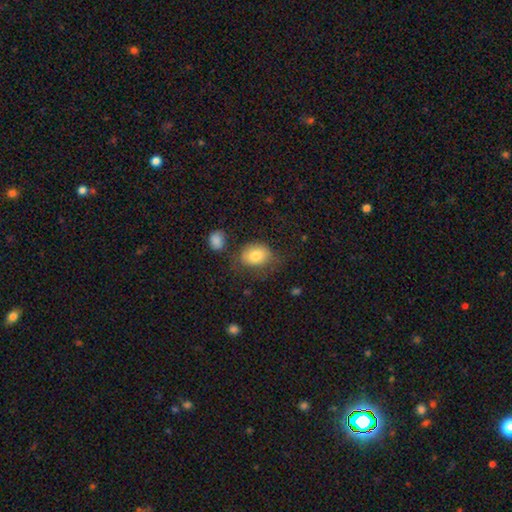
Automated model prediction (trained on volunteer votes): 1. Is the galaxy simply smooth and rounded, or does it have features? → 78% smooth, 13% featured or disk, 9% star or artifact.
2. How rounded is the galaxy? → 55% in between, 44% round, 1% cigar-shaped.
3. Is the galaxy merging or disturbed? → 56% none, 25% minor disturbance, 12% major disturbance, 7% merger.